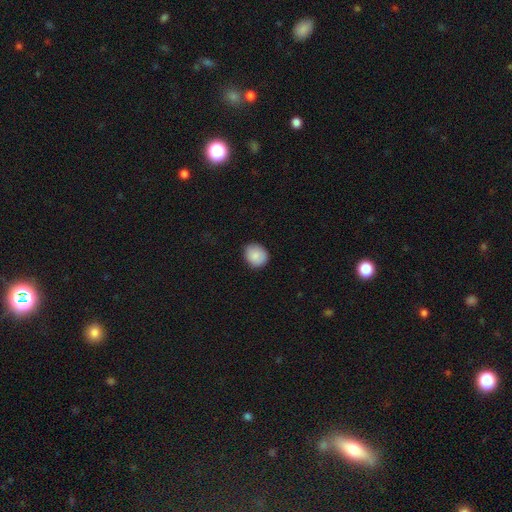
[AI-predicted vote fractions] This appears to be a smooth galaxy with no disk features (88%) that is round (75%). Merging: none (85%).